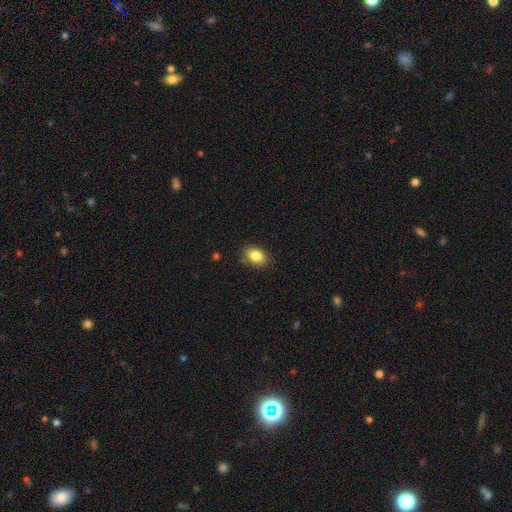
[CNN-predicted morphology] A smooth galaxy with no disk features (85%) that is in between round and cigar-shaped (77%). Merging: none (84%).